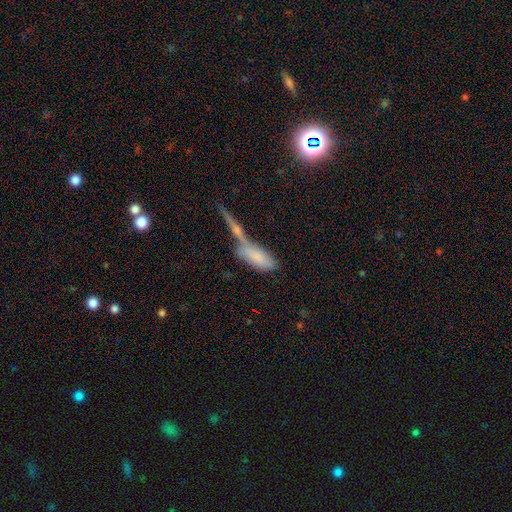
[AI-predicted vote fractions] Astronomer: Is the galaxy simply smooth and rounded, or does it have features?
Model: smooth — 69%.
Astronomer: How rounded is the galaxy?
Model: in between — 72%.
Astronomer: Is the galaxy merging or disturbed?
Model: merger — 50% (runner-up: none, 30%).